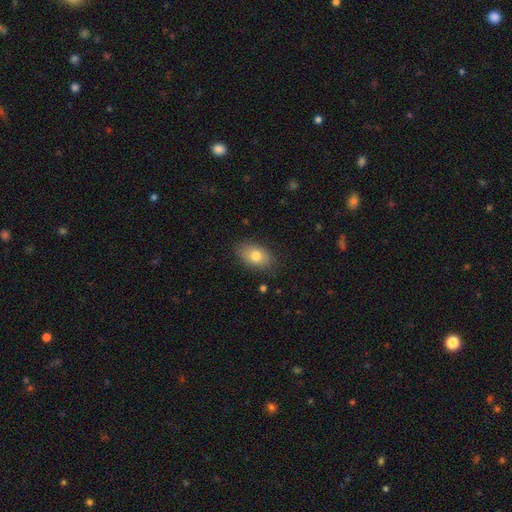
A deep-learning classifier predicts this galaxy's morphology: smooth_or_featured: smooth (p=0.78) [alt: featured or disk p=0.14]
how_rounded: in between (p=0.87) [alt: round p=0.12]
merging: none (p=0.83) [alt: minor disturbance p=0.13]